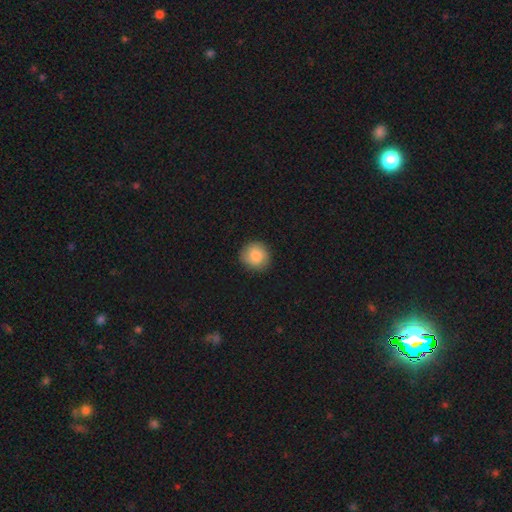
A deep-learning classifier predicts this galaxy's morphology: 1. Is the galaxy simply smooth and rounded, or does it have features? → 83% smooth, 10% featured or disk, 7% star or artifact.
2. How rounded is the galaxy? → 89% round, 10% in between, 1% cigar-shaped.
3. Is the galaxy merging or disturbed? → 87% none, 10% minor disturbance, 2% major disturbance, 1% merger.